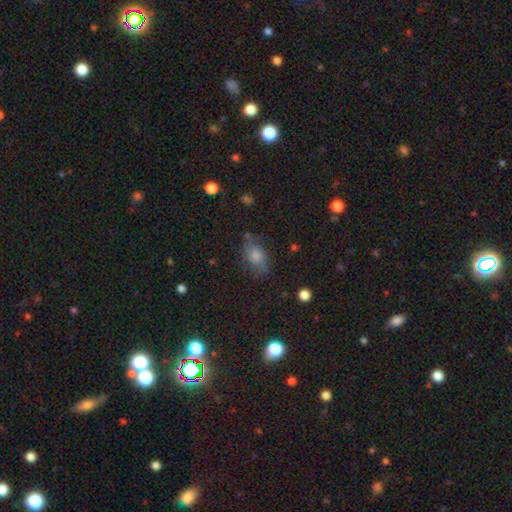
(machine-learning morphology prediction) smooth 62%, star or artifact 20%, featured or disk 18%. Down the decision tree: how rounded — in between (80%); merging — none (72%).